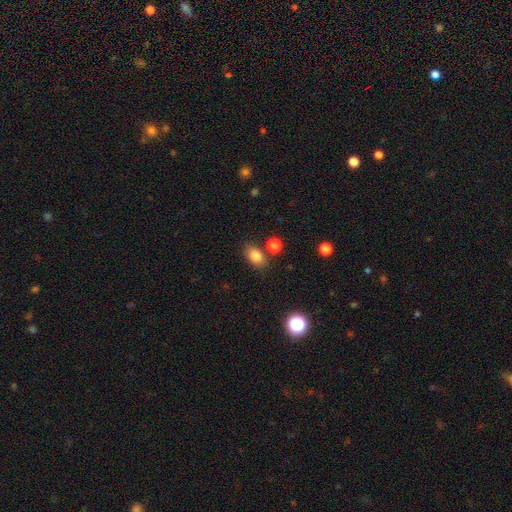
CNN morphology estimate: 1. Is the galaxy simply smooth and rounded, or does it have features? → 83% smooth, 10% star or artifact, 7% featured or disk.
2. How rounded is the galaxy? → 83% in between, 15% round, 2% cigar-shaped.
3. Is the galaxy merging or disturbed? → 79% none, 11% minor disturbance, 7% merger, 3% major disturbance.